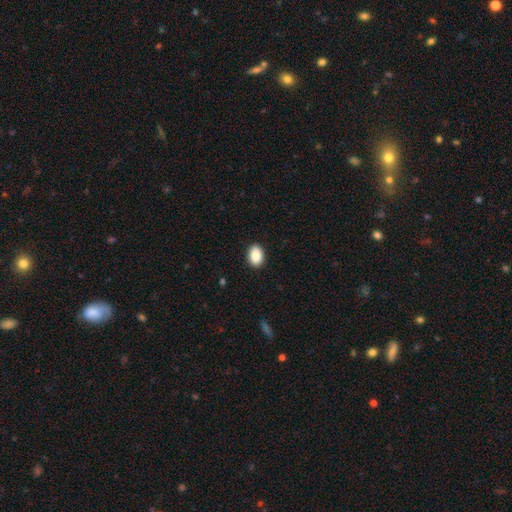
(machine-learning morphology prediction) The model was most divided on "how rounded": in between: 85%, round: 13%, cigar-shaped: 1%. More confident: merging — none (89%); smooth or featured — smooth (89%).